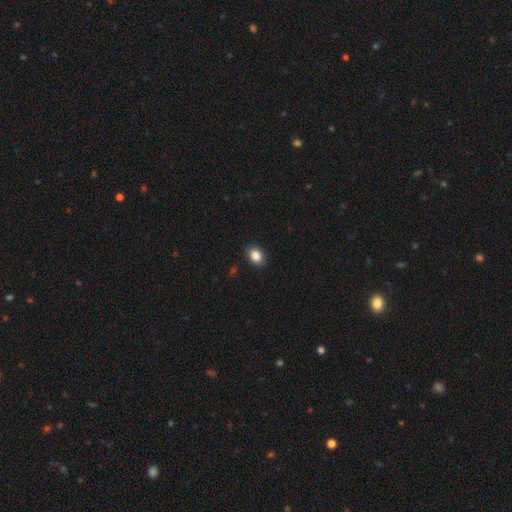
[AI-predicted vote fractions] smooth 86%, star or artifact 9%, featured or disk 5%. Down the decision tree: how rounded — in between (66%); merging — none (89%).